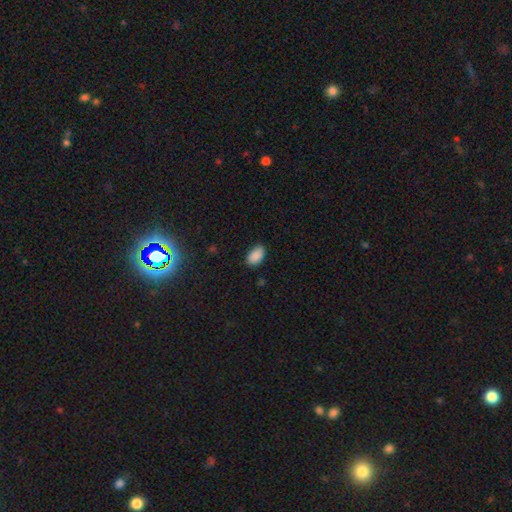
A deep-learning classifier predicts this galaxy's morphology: smooth 89%, star or artifact 8%, featured or disk 3%. Down the decision tree: how rounded — in between (93%); merging — none (81%).